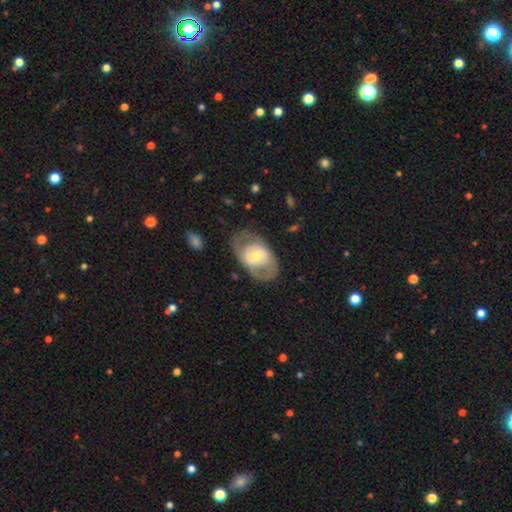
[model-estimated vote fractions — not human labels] Morphology: type=featured or disk (59%); edge-on=no (93%); bar=no (62%); spiral arms=no (62%); bulge=moderate (61%); merging=none (70%).